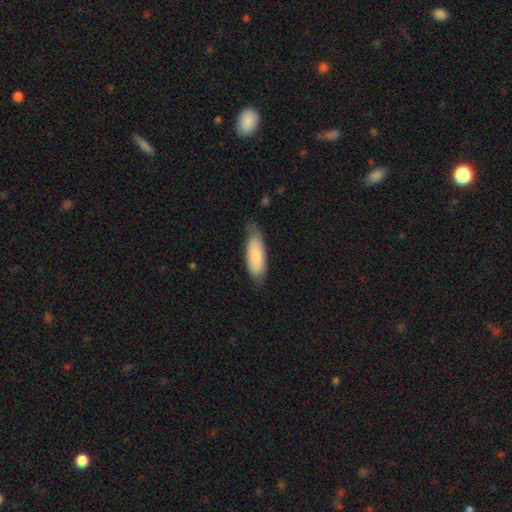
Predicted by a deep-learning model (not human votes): A smooth galaxy with no disk features (79%) that is in between round and cigar-shaped (72%).

Vote fractions:
- Smooth or featured? smooth: 79% / featured or disk: 15% / star or artifact: 6%
- How rounded? in between: 72% / cigar-shaped: 26% / round: 2%
- Merging? none: 61% / minor disturbance: 31% / major disturbance: 7% / merger: 1%